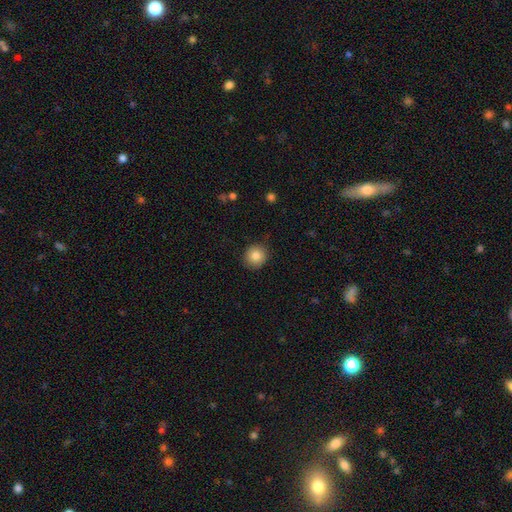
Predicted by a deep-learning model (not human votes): A smooth galaxy with no disk features (83%) that is round (92%).

Vote fractions:
- Smooth or featured? smooth: 83% / star or artifact: 9% / featured or disk: 7%
- How rounded? round: 92% / in between: 7% / cigar-shaped: 1%
- Merging? none: 87% / minor disturbance: 10% / major disturbance: 2% / merger: 1%